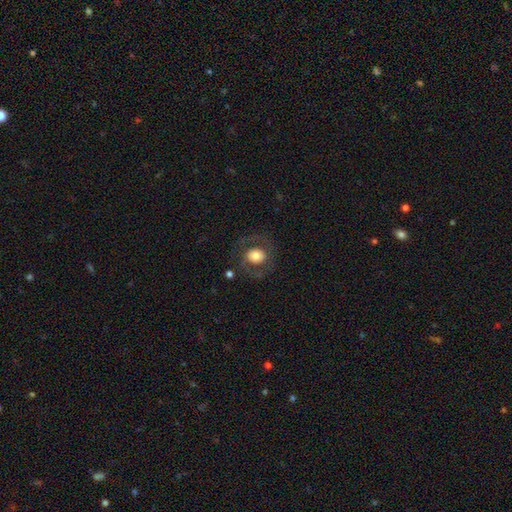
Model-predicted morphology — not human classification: smooth 56%, featured or disk 36%, star or artifact 8%. Down the decision tree: how rounded — round (74%); merging — none (77%).